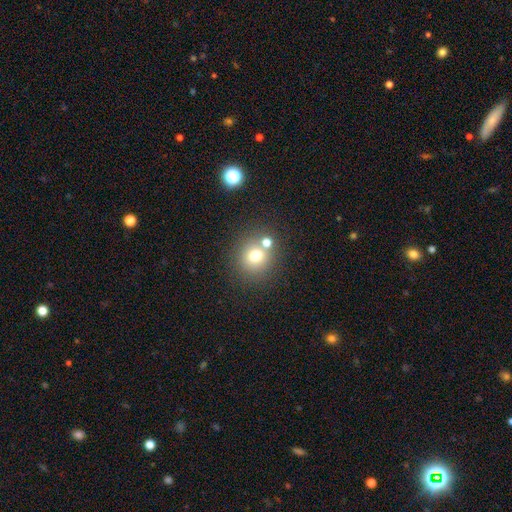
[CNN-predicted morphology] smooth 71%, star or artifact 16%, featured or disk 13%. Down the decision tree: how rounded — round (88%); merging — none (67%).